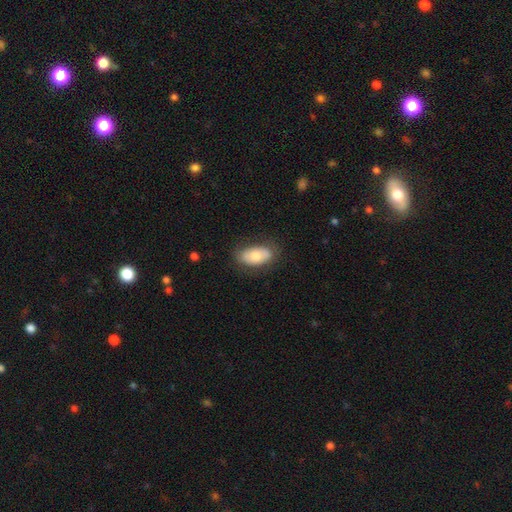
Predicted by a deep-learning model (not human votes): Smooth or featured? Predicted: smooth (p=0.64). How rounded? Predicted: in between (p=0.92). Merging? Predicted: none (p=0.77).